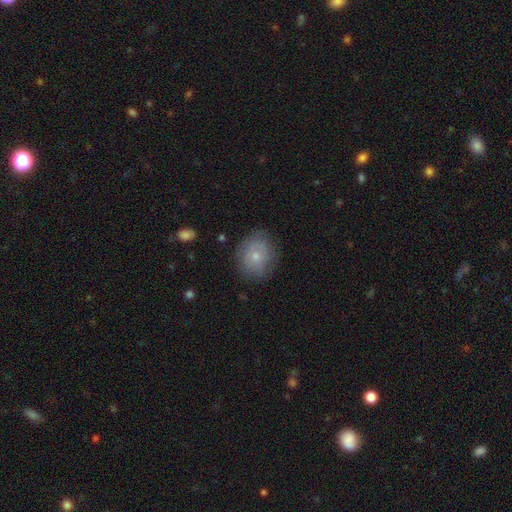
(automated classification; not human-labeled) The model was most divided on "smooth or featured": smooth: 65%, featured or disk: 26%, star or artifact: 9%. More confident: merging — none (75%); how rounded — round (71%).